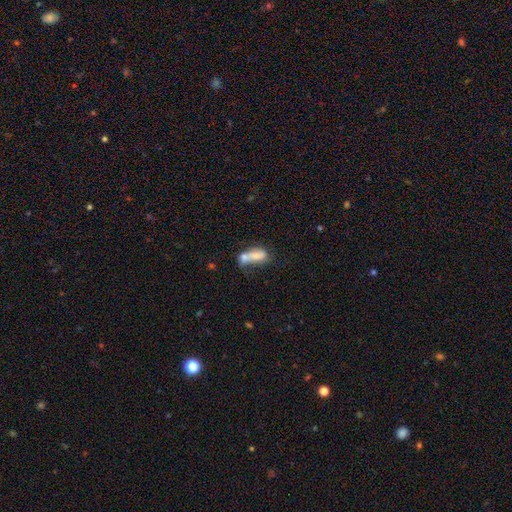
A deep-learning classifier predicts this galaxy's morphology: Smooth or featured? Predicted: smooth (p=0.64). How rounded? Predicted: in between (p=0.74). Merging? Predicted: merger (p=0.56).